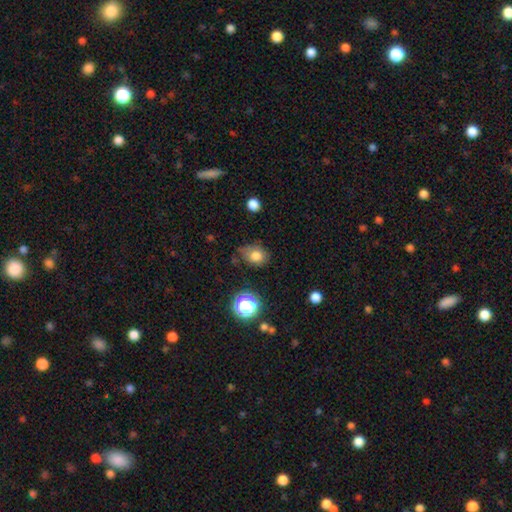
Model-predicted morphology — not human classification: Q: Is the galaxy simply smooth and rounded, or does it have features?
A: smooth — 78%.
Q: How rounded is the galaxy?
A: in between — 51%.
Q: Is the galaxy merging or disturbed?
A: none — 59%.